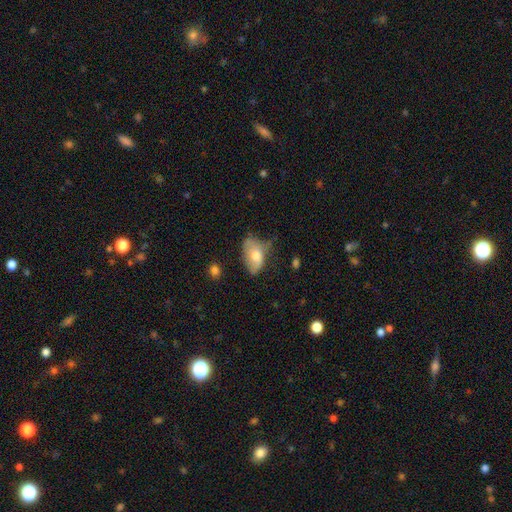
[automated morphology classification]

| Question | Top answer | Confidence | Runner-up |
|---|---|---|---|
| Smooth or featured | smooth | 63% | featured or disk (29%) |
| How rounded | in between | 89% | round (9%) |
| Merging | minor disturbance | 40% | none (35%) |